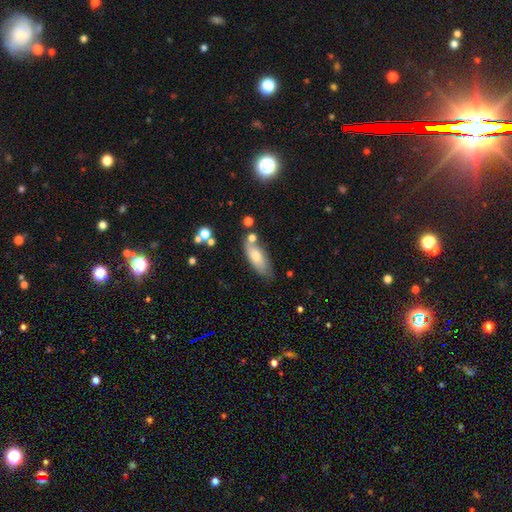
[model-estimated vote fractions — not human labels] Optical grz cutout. It shows a smooth galaxy with no disk features (68%) that is in between round and cigar-shaped (72%). Merging: none (62%).